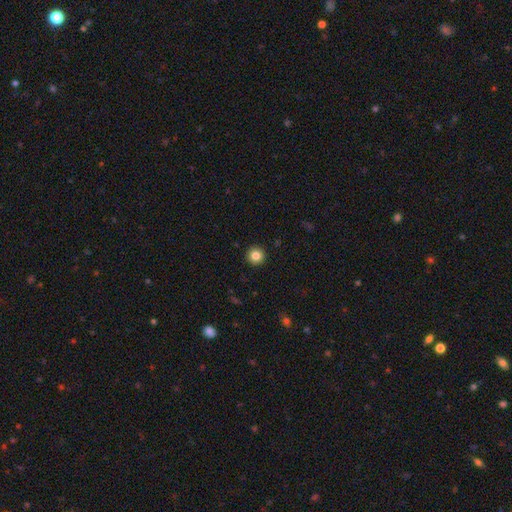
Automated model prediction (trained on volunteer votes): A smooth galaxy with no disk features (84%) that is round (96%).

Vote fractions:
- Smooth or featured? smooth: 84% / star or artifact: 10% / featured or disk: 6%
- How rounded? round: 96% / in between: 3% / cigar-shaped: 1%
- Merging? none: 93% / minor disturbance: 4% / major disturbance: 1% / merger: 1%